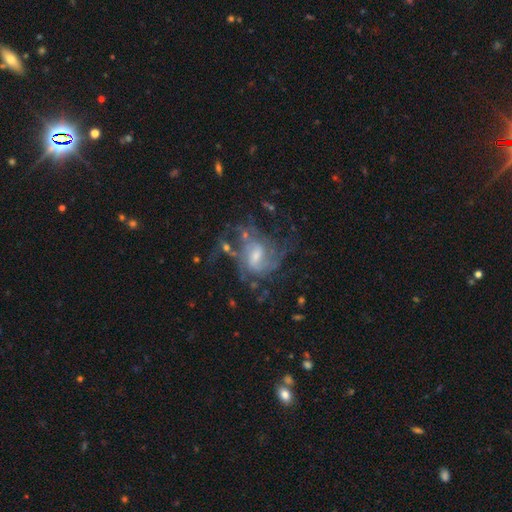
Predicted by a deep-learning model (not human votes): Smooth or featured? Predicted: featured or disk (p=0.81). Edge-on disk? Predicted: no (p=0.97). Bar? Predicted: weak (p=0.55). Spiral arms? Predicted: yes (p=0.88). Spiral winding? Predicted: medium (p=0.45). Spiral arm count? Predicted: can't tell (p=0.36). Bulge size? Predicted: moderate (p=0.45). Merging? Predicted: none (p=0.50).